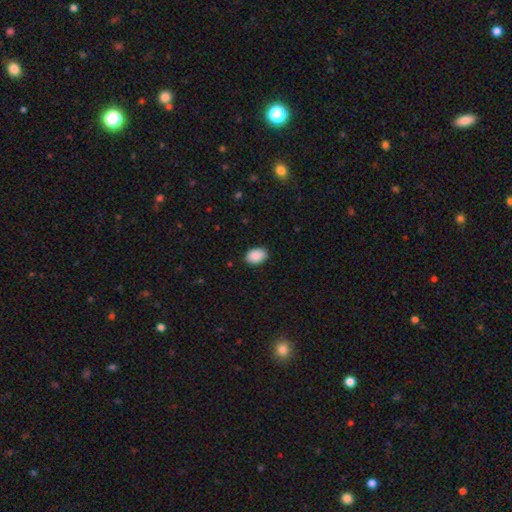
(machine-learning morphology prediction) Overall: smooth (90%). How rounded: in between (86%). Merging: none (88%).